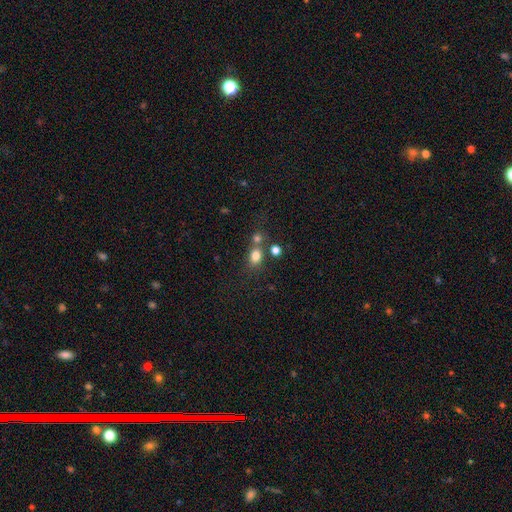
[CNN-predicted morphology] Q: Smooth or featured?
A: smooth (78%); runner-up: star or artifact (14%)
Q: How rounded?
A: round (51%); runner-up: in between (47%)
Q: Merging?
A: none (54%); runner-up: merger (30%)